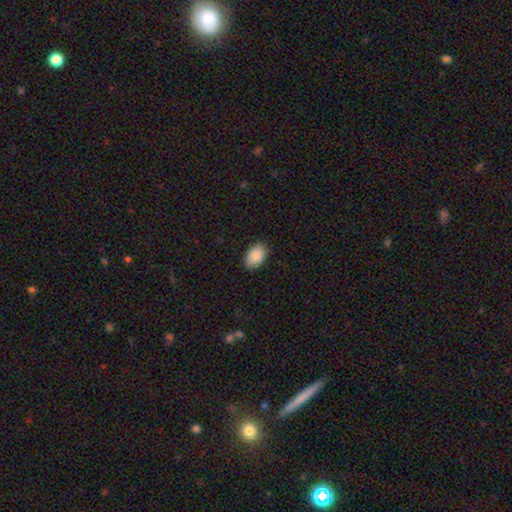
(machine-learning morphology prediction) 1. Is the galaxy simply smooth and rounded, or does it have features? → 89% smooth, 6% star or artifact, 5% featured or disk.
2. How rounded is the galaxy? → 90% in between, 9% round, 1% cigar-shaped.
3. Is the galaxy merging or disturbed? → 87% none, 10% minor disturbance, 2% major disturbance, 1% merger.